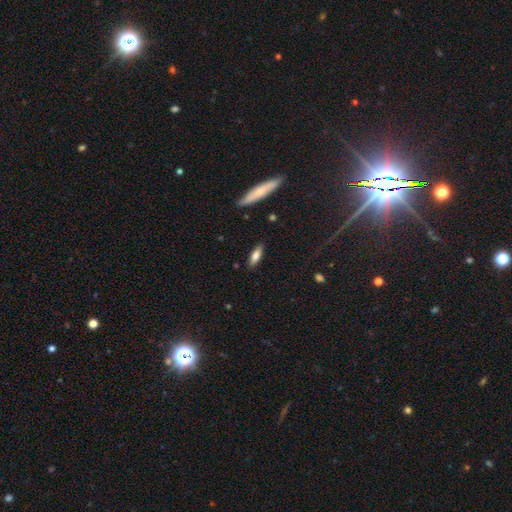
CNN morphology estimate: Smooth or featured?
  - smooth: 74% *
  - featured or disk: 20%
  - star or artifact: 7%
How rounded?
  - in between: 53% *
  - cigar-shaped: 45%
  - round: 2%
Merging?
  - none: 86% *
  - minor disturbance: 11%
  - major disturbance: 2%
  - merger: 2%